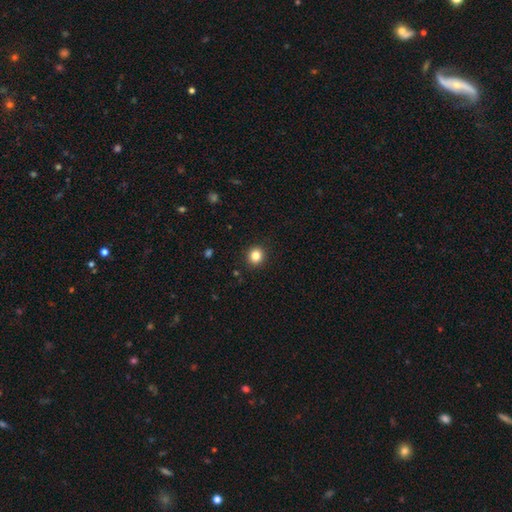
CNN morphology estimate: Smooth or featured: smooth — 84% (star or artifact — 11%)
How rounded: round — 88% (in between — 12%)
Merging: none — 92% (minor disturbance — 5%)